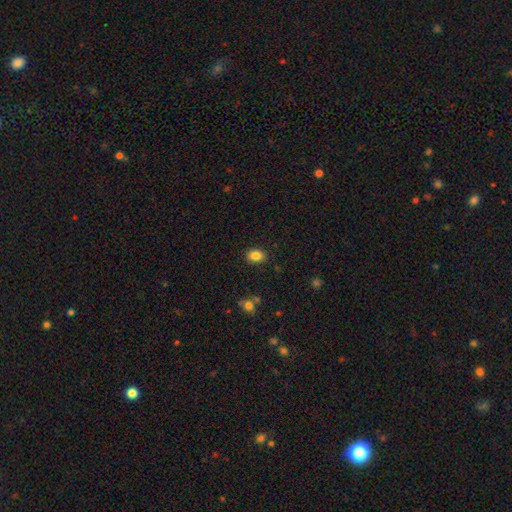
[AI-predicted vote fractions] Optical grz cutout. It shows a smooth galaxy with no disk features (85%) that is in between round and cigar-shaped (71%). Merging: none (87%).